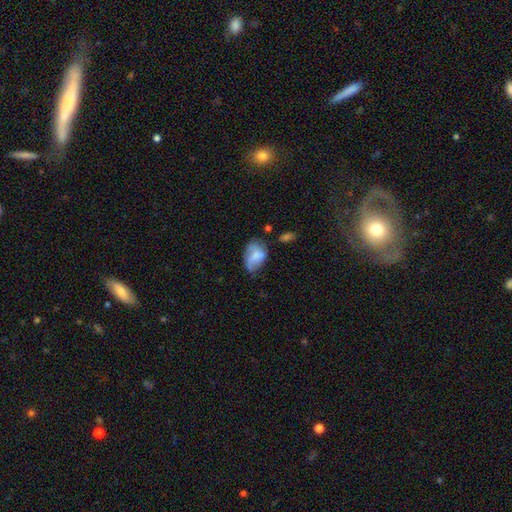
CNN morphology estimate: Smooth or featured? smooth (57%)
How rounded? in between (83%)
Merging? none (35%)